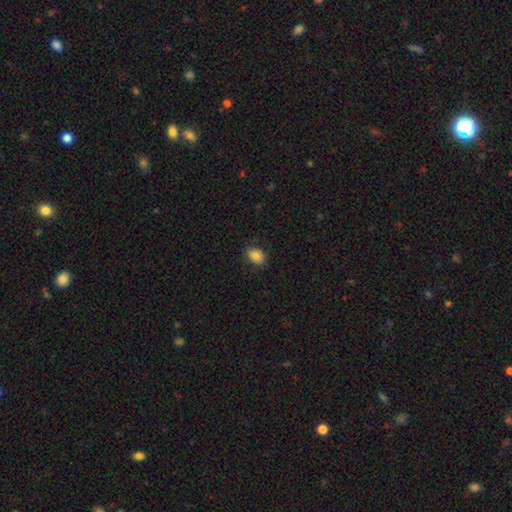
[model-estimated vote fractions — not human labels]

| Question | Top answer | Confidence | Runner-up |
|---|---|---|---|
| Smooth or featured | smooth | 84% | star or artifact (9%) |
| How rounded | in between | 71% | round (28%) |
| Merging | none | 81% | minor disturbance (15%) |